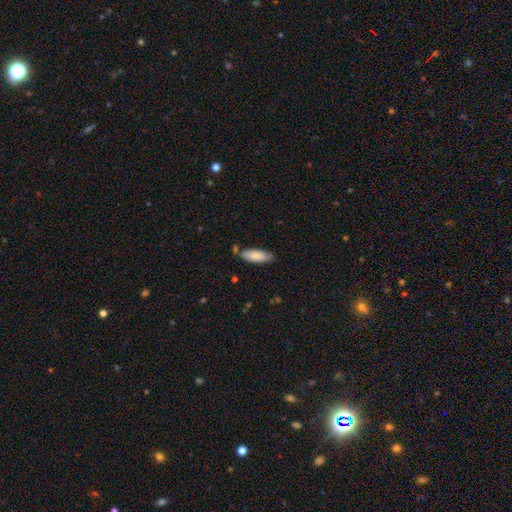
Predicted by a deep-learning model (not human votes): smooth-or-featured: smooth: 83% | featured or disk: 11% | star or artifact: 6%
  how-rounded: in between: 66% | cigar-shaped: 33% | round: 1%
  merging: none: 75% | minor disturbance: 17% | merger: 5% | major disturbance: 3%